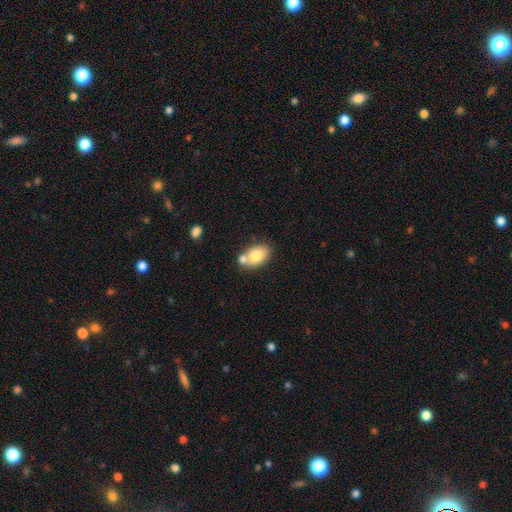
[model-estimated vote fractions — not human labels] A smooth galaxy with no disk features (78%) that is in between round and cigar-shaped (83%).

Vote fractions:
- Smooth or featured? smooth: 78% / featured or disk: 14% / star or artifact: 8%
- How rounded? in between: 83% / round: 16% / cigar-shaped: 1%
- Merging? none: 52% / merger: 30% / minor disturbance: 14% / major disturbance: 4%